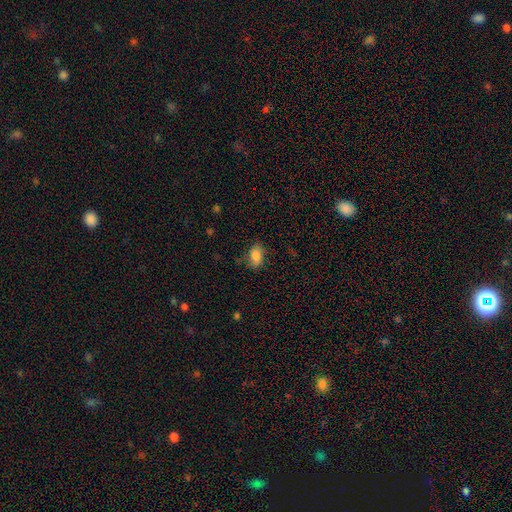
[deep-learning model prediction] This appears to be a smooth galaxy with no disk features (83%) that is in between round and cigar-shaped (87%). Merging: none (68%).